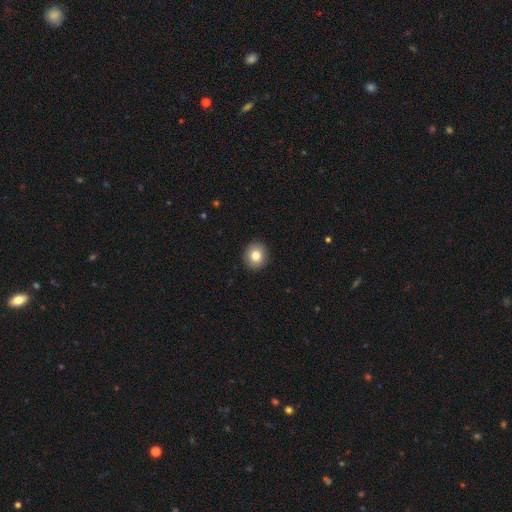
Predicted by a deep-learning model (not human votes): Overall: smooth (82%). How rounded: round (85%). Merging: none (92%).